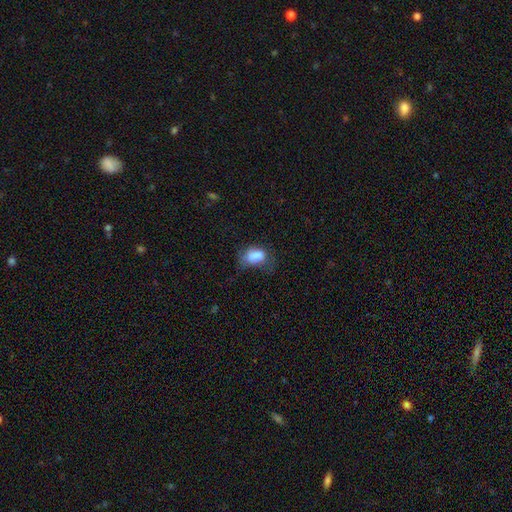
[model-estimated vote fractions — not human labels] smooth-or-featured: smooth: 77% | featured or disk: 13% | star or artifact: 10%
  how-rounded: in between: 83% | round: 15% | cigar-shaped: 2%
  merging: none: 35% | minor disturbance: 33% | major disturbance: 28% | merger: 3%